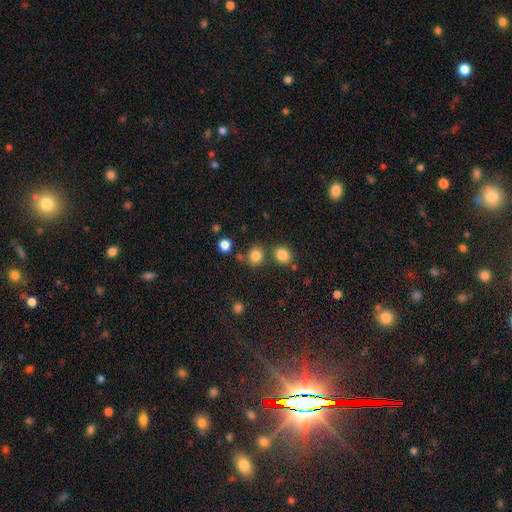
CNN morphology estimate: smooth 82%, star or artifact 13%, featured or disk 5%. Down the decision tree: how rounded — round (73%); merging — none (73%).